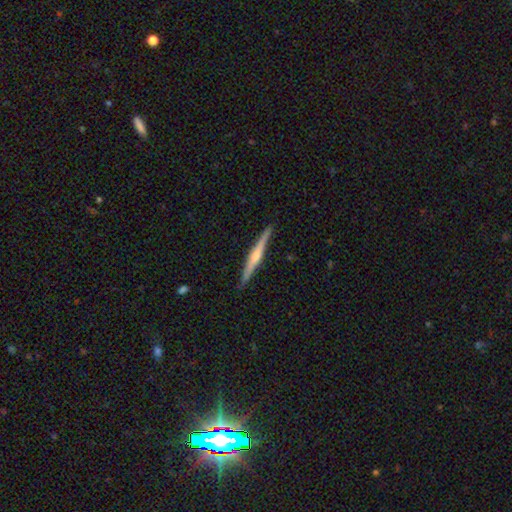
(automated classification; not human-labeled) smooth-or-featured: featured or disk: 72% | smooth: 23% | star or artifact: 5%
  disk-edge-on: yes: 98% | no: 2%
    edge-on-bulge: rounded: 79% | none: 13% | boxy: 8%
  merging: none: 91% | minor disturbance: 7% | major disturbance: 1% | merger: 1%